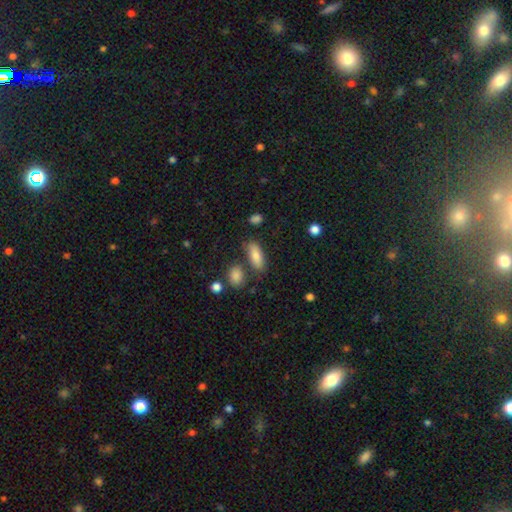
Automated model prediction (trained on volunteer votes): The model was most divided on "how rounded": in between: 70%, cigar-shaped: 26%, round: 4%. More confident: smooth or featured — smooth (82%); merging — none (73%).